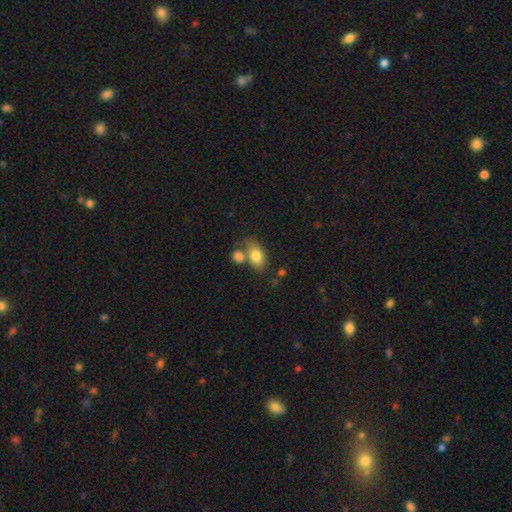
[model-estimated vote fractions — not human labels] smooth_or_featured: smooth (p=0.80) [alt: featured or disk p=0.13]
how_rounded: in between (p=0.85) [alt: round p=0.13]
merging: none (p=0.47) [alt: merger p=0.32]